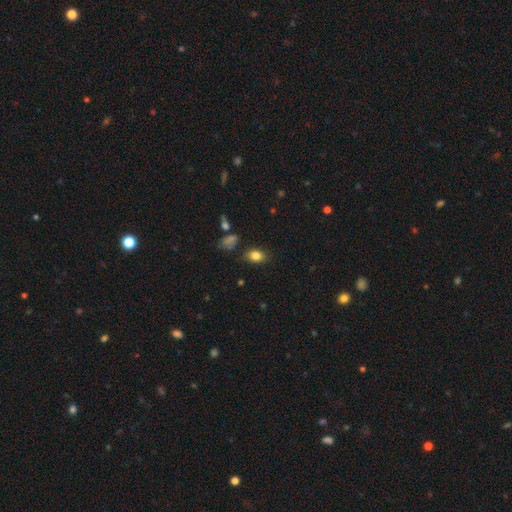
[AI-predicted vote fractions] Smooth or featured? smooth (82%)
How rounded? in between (82%)
Merging? none (81%)